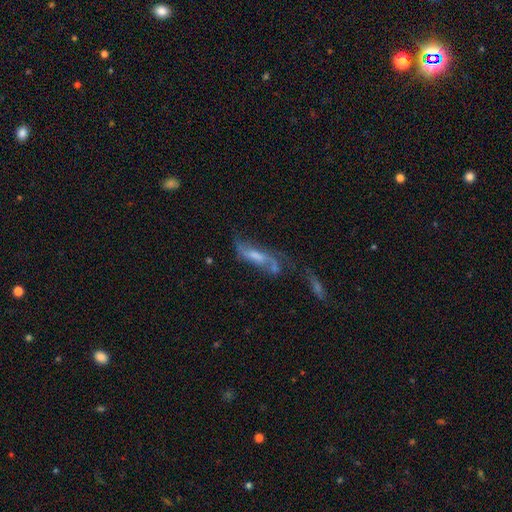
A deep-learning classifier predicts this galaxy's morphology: This appears to be a featured or disk galaxy (61%). Merging: none (30%).